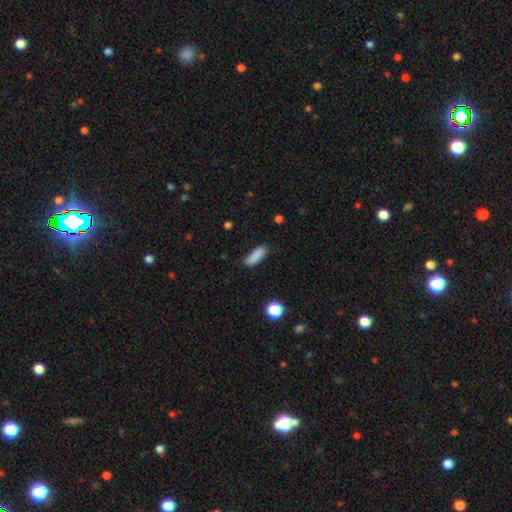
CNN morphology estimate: smooth_or_featured: smooth (p=0.86) [alt: star or artifact p=0.09]
how_rounded: in between (p=0.54) [alt: cigar-shaped p=0.44]
merging: none (p=0.80) [alt: minor disturbance p=0.15]